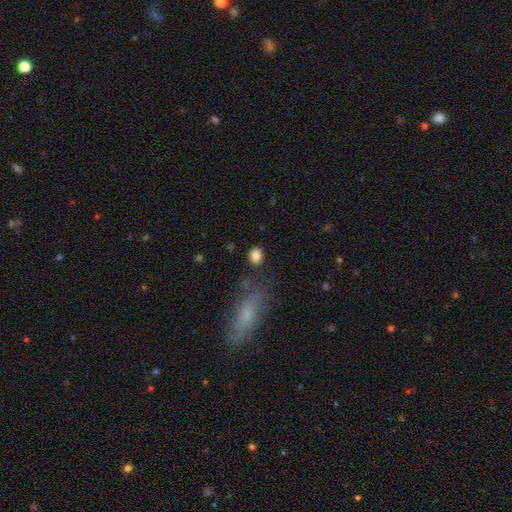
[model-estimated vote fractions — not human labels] The model was most divided on "how rounded": round: 50%, in between: 49%, cigar-shaped: 2%. More confident: smooth or featured — smooth (85%); merging — none (81%).